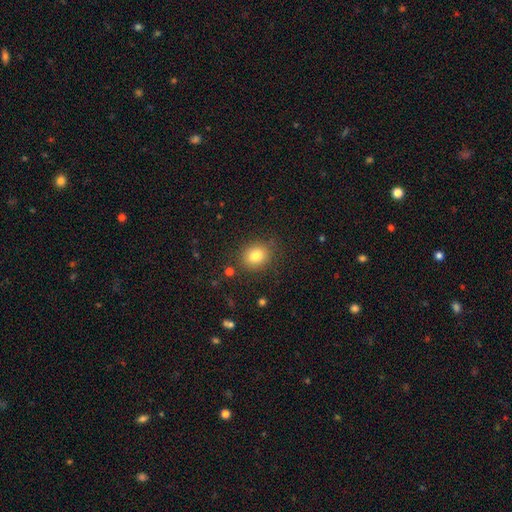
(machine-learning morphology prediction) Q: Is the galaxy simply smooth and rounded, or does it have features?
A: smooth — 81%.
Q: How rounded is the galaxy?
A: round — 72%.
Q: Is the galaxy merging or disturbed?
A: none — 85%.